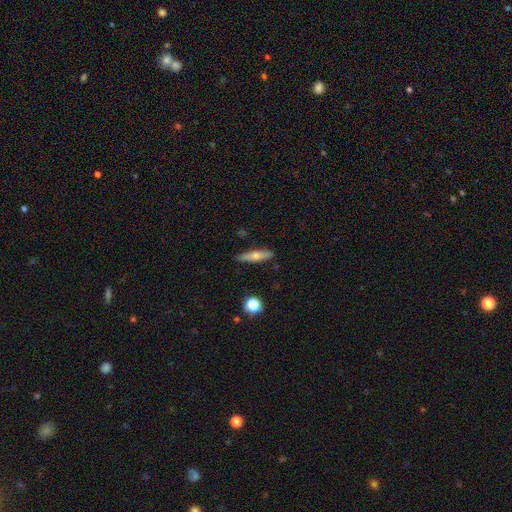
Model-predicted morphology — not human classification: smooth_or_featured: smooth (p=0.55) [alt: featured or disk p=0.37]
how_rounded: cigar-shaped (p=0.79) [alt: in between p=0.18]
merging: none (p=0.87) [alt: minor disturbance p=0.10]